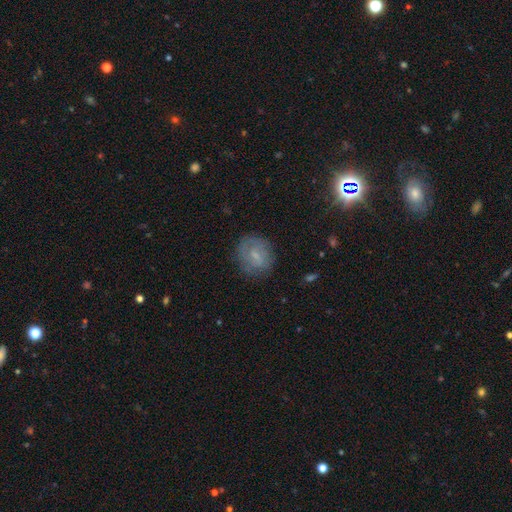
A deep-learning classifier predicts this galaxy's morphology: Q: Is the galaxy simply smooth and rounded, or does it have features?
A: smooth — 48%.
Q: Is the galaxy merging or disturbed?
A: none — 77%.